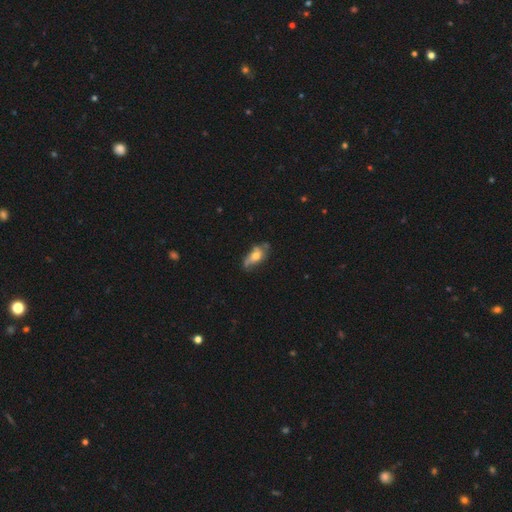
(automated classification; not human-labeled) This is possibly a smooth galaxy (50%). Merging: possibly none (47%).